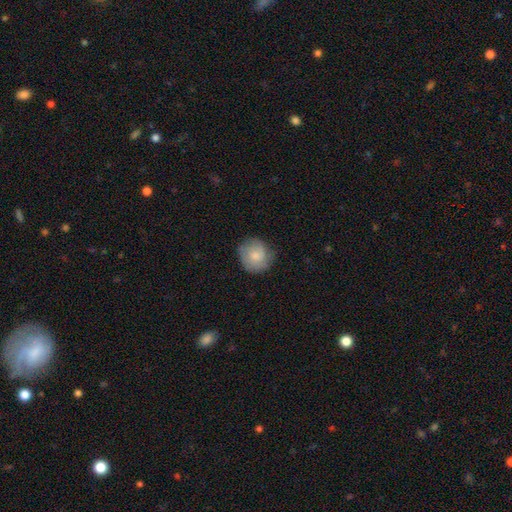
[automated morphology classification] Smooth or featured? Predicted: smooth (p=0.69). How rounded? Predicted: round (p=0.87). Merging? Predicted: none (p=0.74).